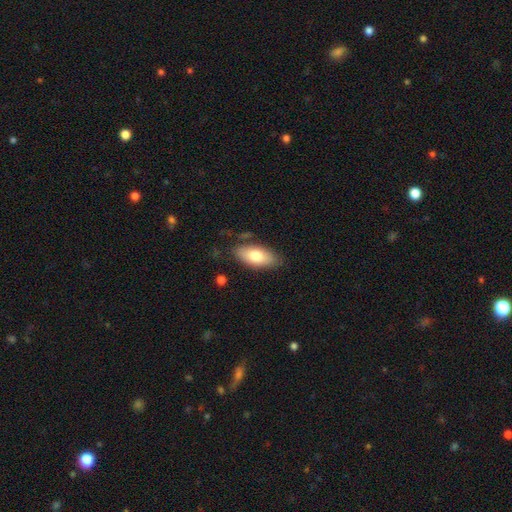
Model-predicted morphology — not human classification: This is likely a smooth galaxy (78%). How rounded: clearly in between (90%). Merging: likely none (77%).